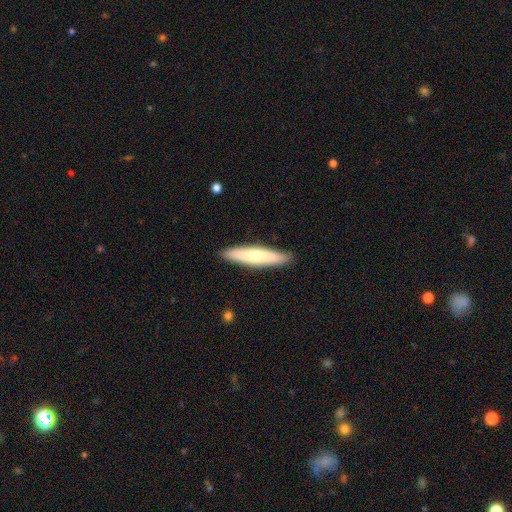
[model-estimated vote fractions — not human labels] smooth-or-featured: smooth: 67% | featured or disk: 28% | star or artifact: 5%
  how-rounded: cigar-shaped: 87% | in between: 11% | round: 1%
  merging: none: 90% | minor disturbance: 8% | major disturbance: 1% | merger: 1%